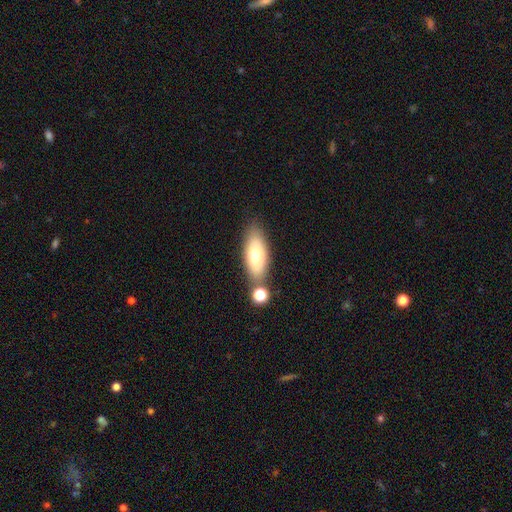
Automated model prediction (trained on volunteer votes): Smooth or featured? smooth (68%)
How rounded? in between (79%)
Merging? none (70%)